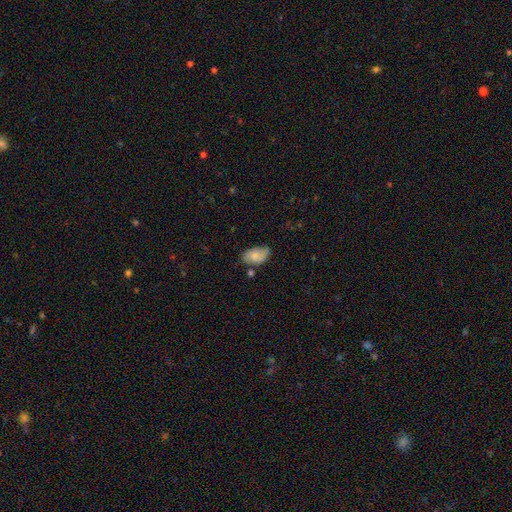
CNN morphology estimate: Smooth or featured? smooth (76%)
How rounded? in between (91%)
Merging? none (56%)